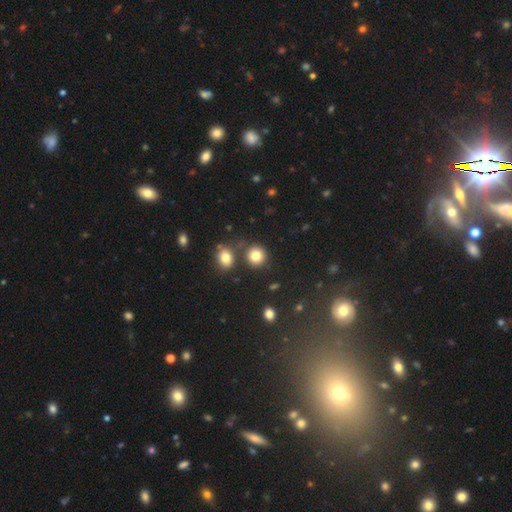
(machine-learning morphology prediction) The model was most divided on "merging": none: 77%, merger: 11%, minor disturbance: 9%, major disturbance: 3%. More confident: how rounded — round (87%); smooth or featured — smooth (81%).